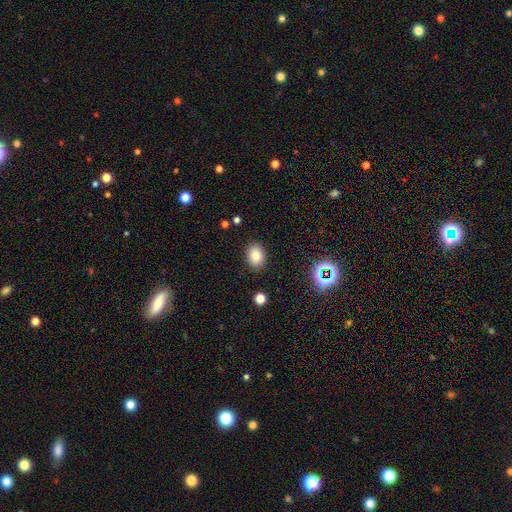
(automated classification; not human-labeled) The model was most divided on "how rounded": in between: 69%, round: 30%, cigar-shaped: 1%. More confident: merging — none (87%); smooth or featured — smooth (82%).